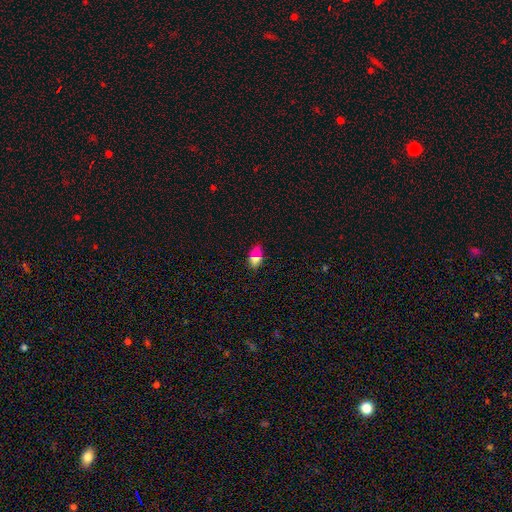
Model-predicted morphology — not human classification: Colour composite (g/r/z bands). It shows a smooth galaxy with no disk features (68%) that is in between round and cigar-shaped (82%). Merging: none (77%).